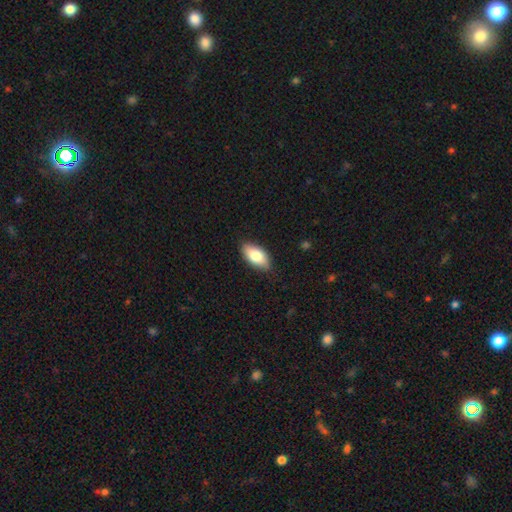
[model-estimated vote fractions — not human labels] smooth_or_featured: smooth (p=0.83) [alt: featured or disk p=0.11]
how_rounded: in between (p=0.92) [alt: cigar-shaped p=0.05]
merging: none (p=0.83) [alt: minor disturbance p=0.13]